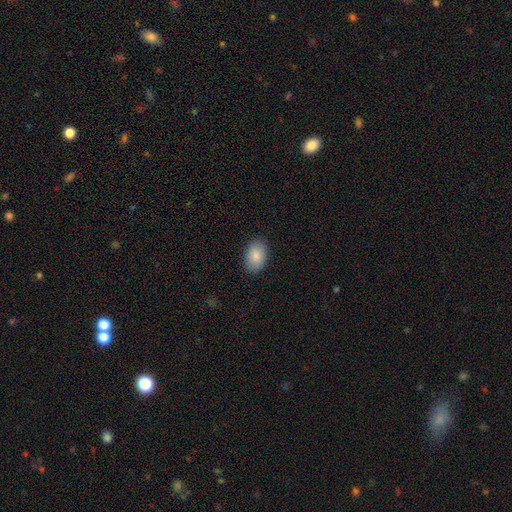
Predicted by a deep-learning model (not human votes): The model was most divided on "merging": none: 88%, minor disturbance: 9%, major disturbance: 2%, merger: 1%. More confident: how rounded — in between (89%); smooth or featured — smooth (87%).